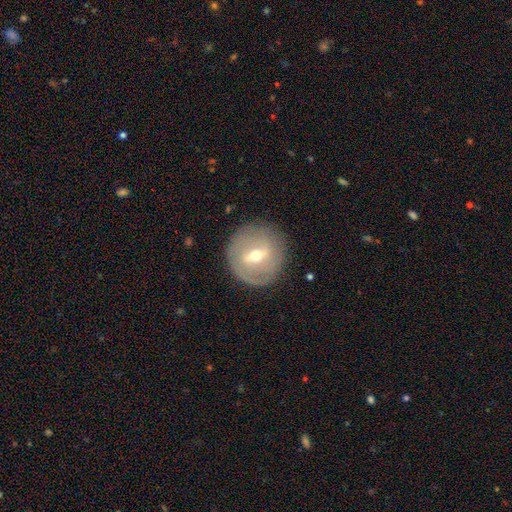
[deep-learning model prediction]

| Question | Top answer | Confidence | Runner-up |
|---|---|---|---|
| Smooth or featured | featured or disk | 64% | smooth (28%) |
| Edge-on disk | no | 89% | yes (11%) |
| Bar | weak | 47% | strong (38%) |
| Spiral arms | no | 56% | yes (44%) |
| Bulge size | moderate | 59% | small (37%) |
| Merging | none | 84% | minor disturbance (10%) |